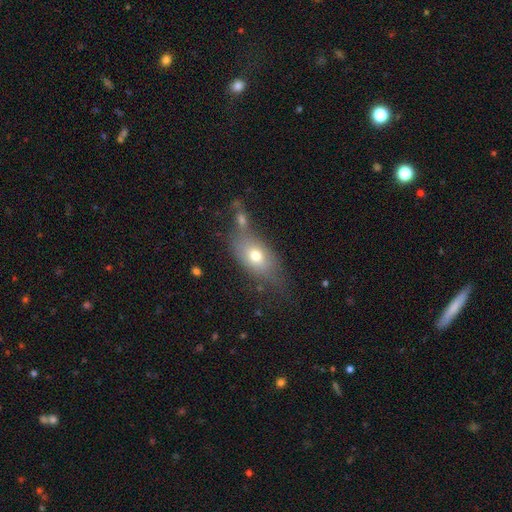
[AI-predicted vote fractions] Smooth or featured: smooth — 69% (featured or disk — 21%)
How rounded: in between — 80% (round — 14%)
Merging: none — 48% (merger — 22%)